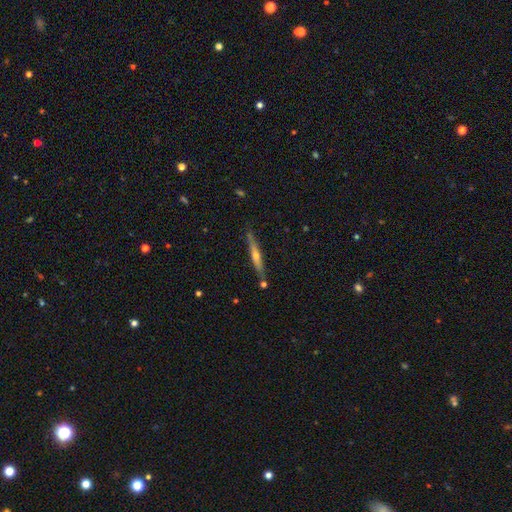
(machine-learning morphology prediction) Smooth or featured? Predicted: featured or disk (p=0.62). Edge-on disk? Predicted: yes (p=0.95). Edge-on bulge? Predicted: rounded (p=0.73). Merging? Predicted: none (p=0.81).